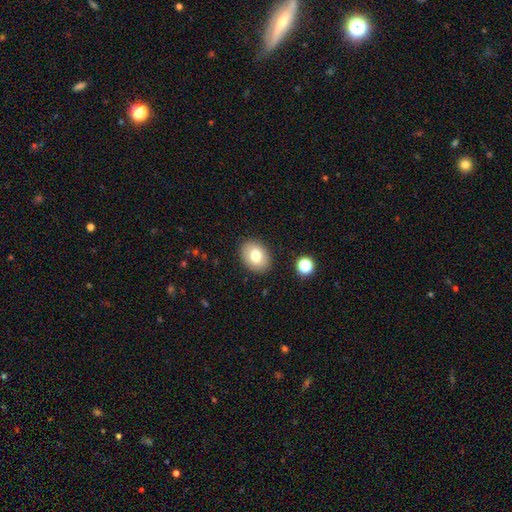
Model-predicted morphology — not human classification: smooth_or_featured: smooth (p=0.77) [alt: featured or disk p=0.14]
how_rounded: in between (p=0.63) [alt: round p=0.37]
merging: none (p=0.88) [alt: minor disturbance p=0.08]